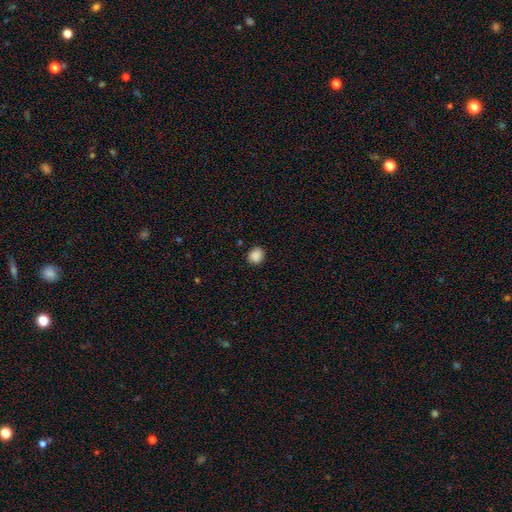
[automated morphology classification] A smooth galaxy with no disk features (87%) that is round (83%).

Vote fractions:
- Smooth or featured? smooth: 87% / star or artifact: 10% / featured or disk: 3%
- How rounded? round: 83% / in between: 16% / cigar-shaped: 1%
- Merging? none: 85% / minor disturbance: 11% / major disturbance: 3% / merger: 1%